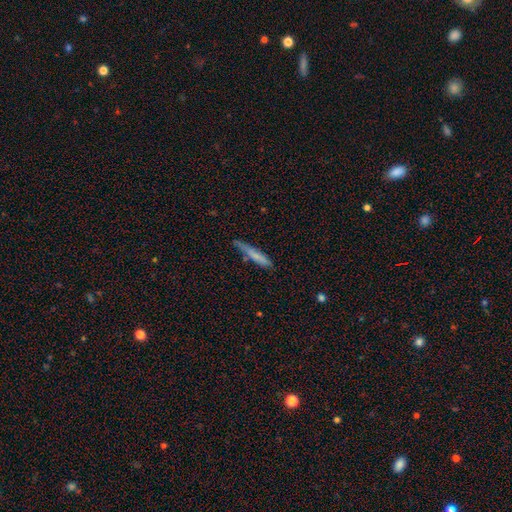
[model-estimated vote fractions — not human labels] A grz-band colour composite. It shows a smooth galaxy with no disk features (68%) that is cigar-shaped (91%). Merging: none (67%).